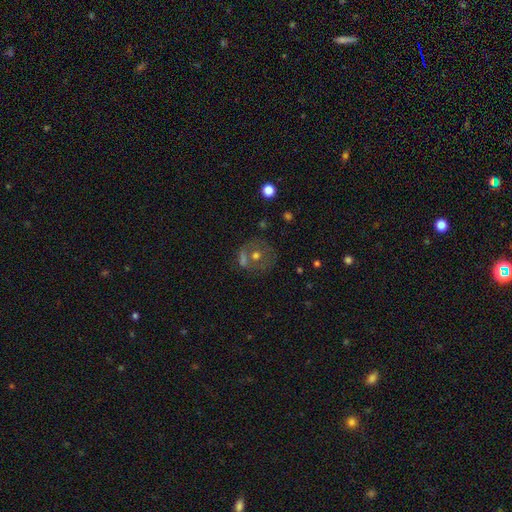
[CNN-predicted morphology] Smooth or featured? smooth (43%)
Merging? none (56%)